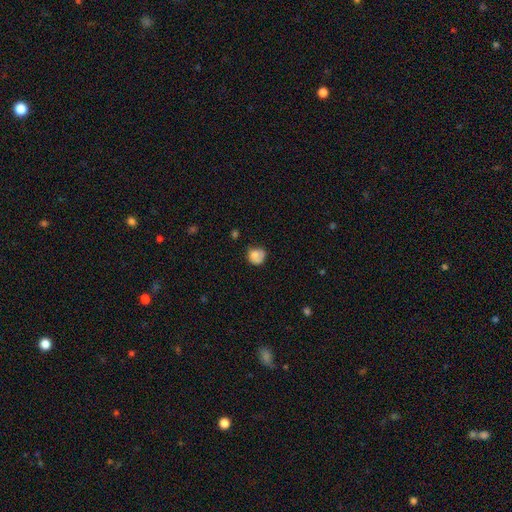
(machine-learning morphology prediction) Smooth or featured? smooth (72%)
How rounded? round (77%)
Merging? none (51%)